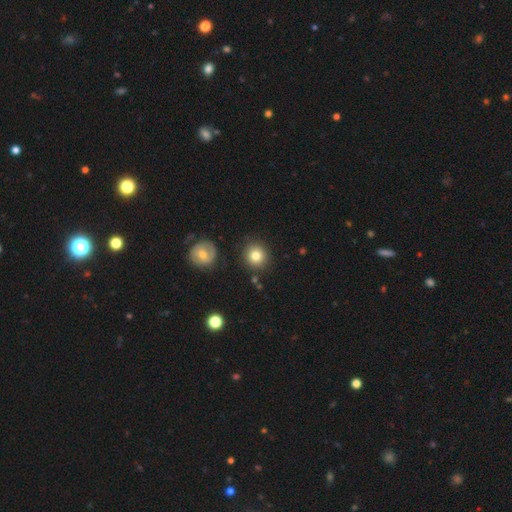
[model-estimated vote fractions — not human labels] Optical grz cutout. It shows a smooth galaxy with no disk features (80%) that is round (91%). Merging: none (86%).